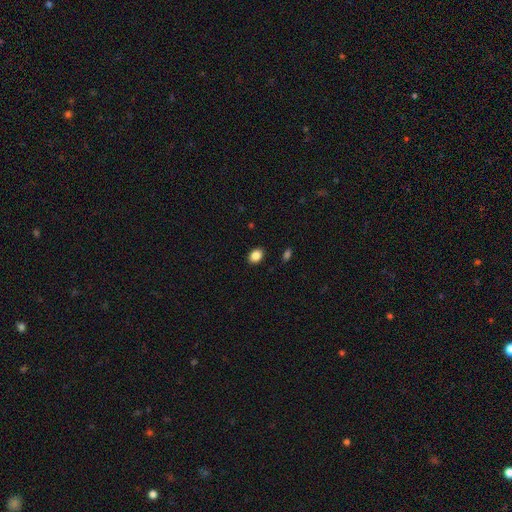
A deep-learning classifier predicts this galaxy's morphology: The model was most divided on "how rounded": in between: 76%, round: 23%, cigar-shaped: 1%. More confident: merging — none (89%); smooth or featured — smooth (87%).